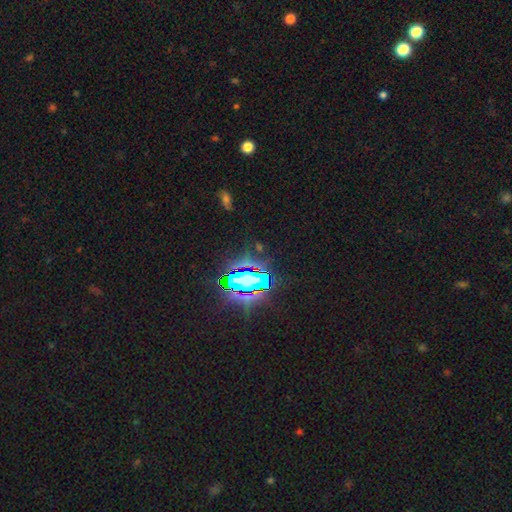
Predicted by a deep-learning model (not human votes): The model was most divided on "smooth or featured": star or artifact: 80%, smooth: 11%, featured or disk: 8%.